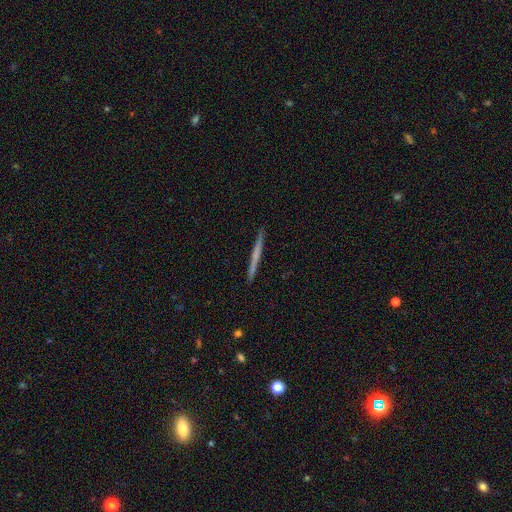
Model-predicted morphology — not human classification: Smooth or featured?
  - featured or disk: 51% *
  - smooth: 44%
  - star or artifact: 6%
Edge-on disk?
  - yes: 98% *
  - no: 2%
Merging?
  - none: 93% *
  - minor disturbance: 5%
  - major disturbance: 1%
  - merger: 1%